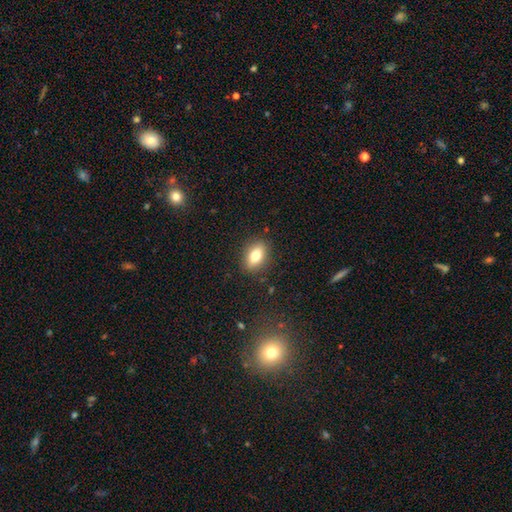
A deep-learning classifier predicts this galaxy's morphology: Smooth or featured? Predicted: smooth (p=0.76). How rounded? Predicted: in between (p=0.82). Merging? Predicted: none (p=0.86).